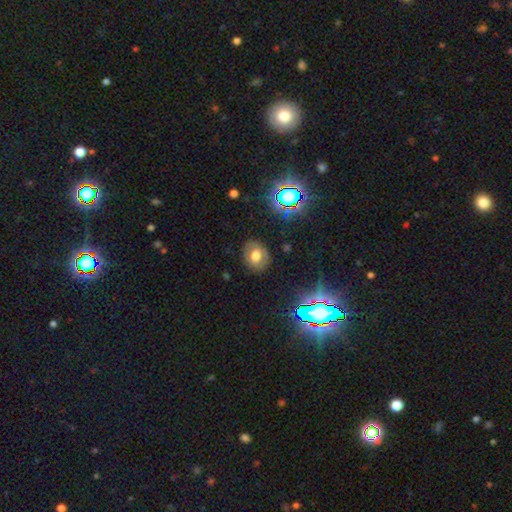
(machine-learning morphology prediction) The model was most divided on "how rounded": round: 57%, in between: 42%, cigar-shaped: 1%. More confident: merging — none (84%); smooth or featured — smooth (61%).